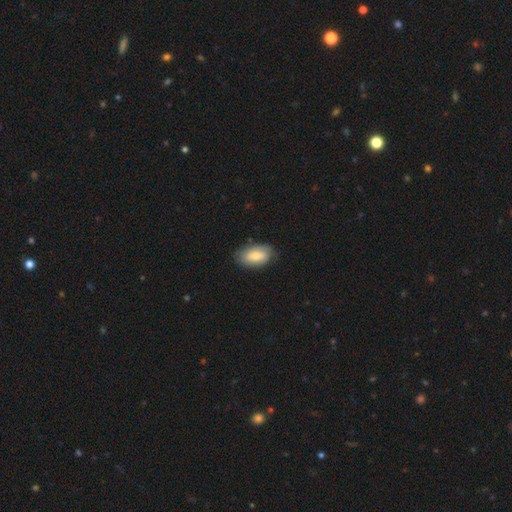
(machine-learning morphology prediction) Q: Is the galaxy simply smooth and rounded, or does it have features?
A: smooth — 65%.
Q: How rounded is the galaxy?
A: in between — 93%.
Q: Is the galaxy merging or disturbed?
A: none — 76%.